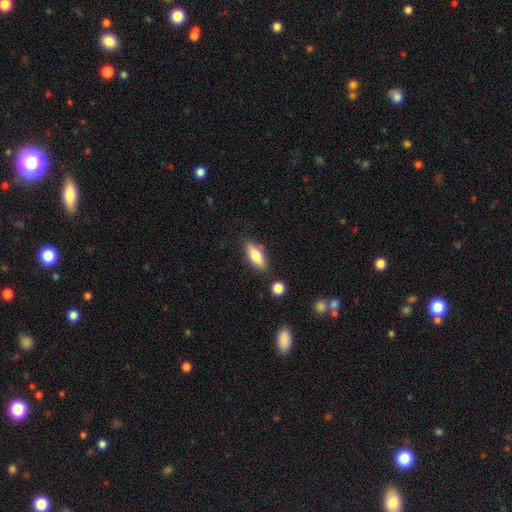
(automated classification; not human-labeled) Overall: smooth (74%). How rounded: in between (74%). Merging: none (81%).